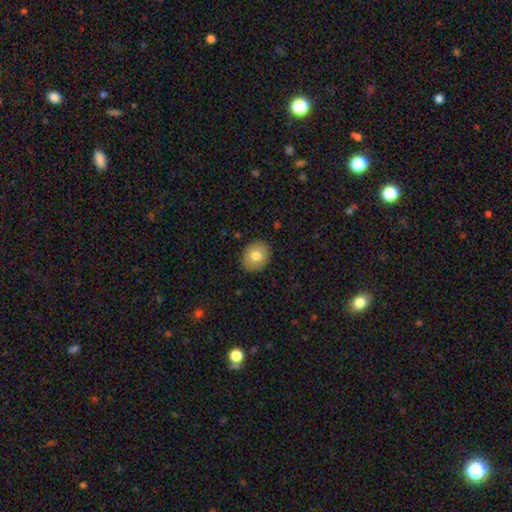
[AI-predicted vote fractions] A smooth galaxy with no disk features (79%) that is round (58%). Merging: none (89%).